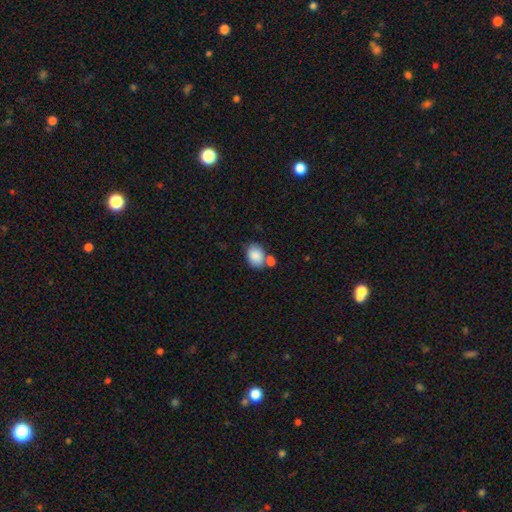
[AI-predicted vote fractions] This appears to be a smooth galaxy with no disk features (86%) that is in between round and cigar-shaped (67%). Merging: none (49%).